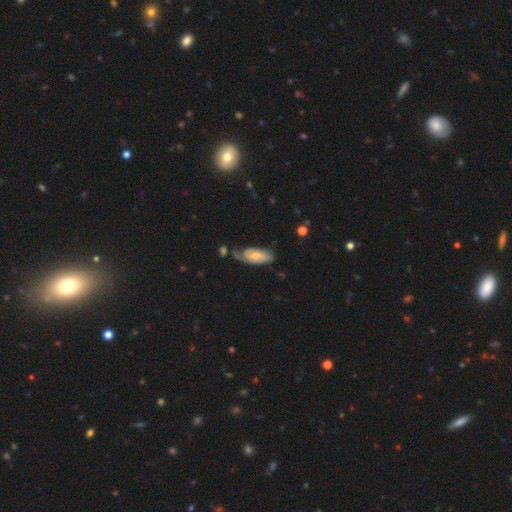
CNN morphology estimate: Smooth or featured? smooth (47%, tied with featured or disk)
Merging? none (46%)